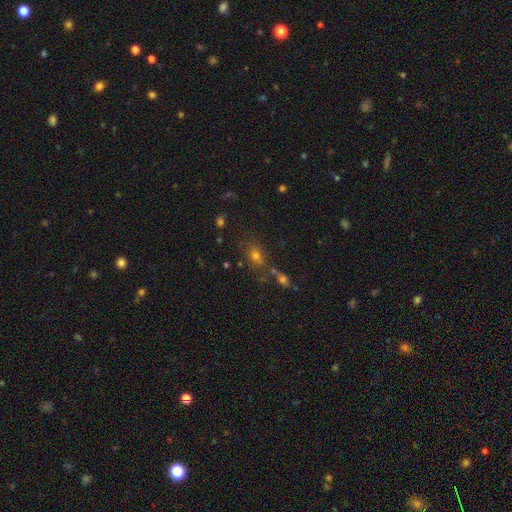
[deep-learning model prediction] Smooth or featured? Predicted: smooth (p=0.60). How rounded? Predicted: in between (p=0.57). Merging? Predicted: none (p=0.62).